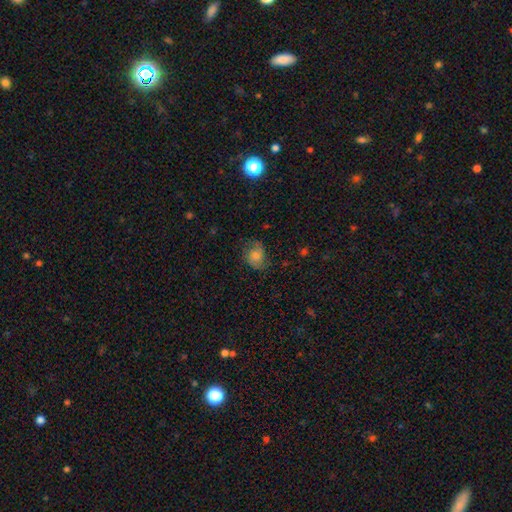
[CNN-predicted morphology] Smooth or featured?
  - smooth: 56% *
  - featured or disk: 33%
  - star or artifact: 11%
How rounded?
  - round: 50% *
  - in between: 49%
  - cigar-shaped: 1%
Merging?
  - none: 64% *
  - minor disturbance: 24%
  - major disturbance: 11%
  - merger: 1%